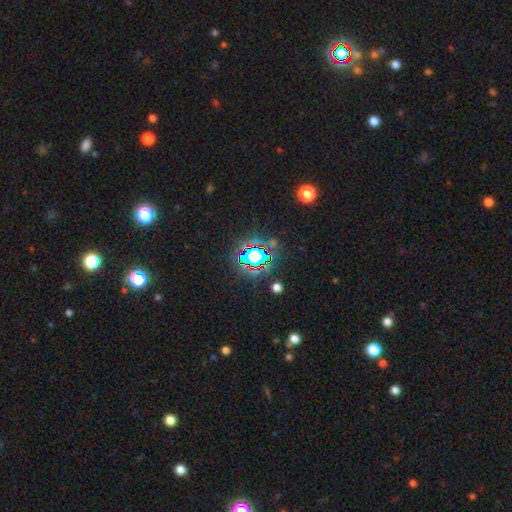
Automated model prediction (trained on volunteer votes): smooth_or_featured: star or artifact (p=0.77) [alt: smooth p=0.14]